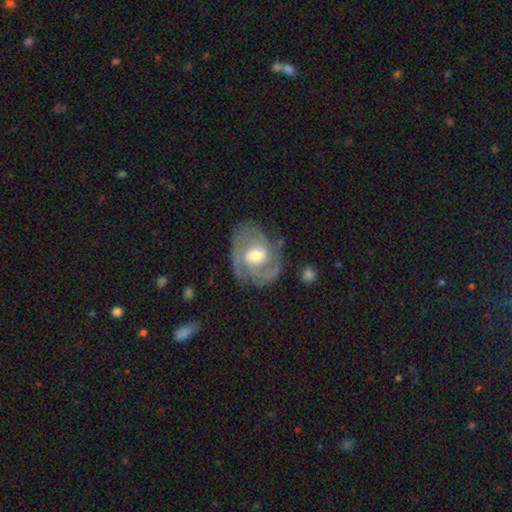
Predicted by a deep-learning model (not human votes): This appears to be a featured or disk galaxy (86%) with no bar (54%), 2 (56%) medium (44%, tied with tight) spiral arms (94%) and a moderate central bulge (72%). Merging: none (66%).